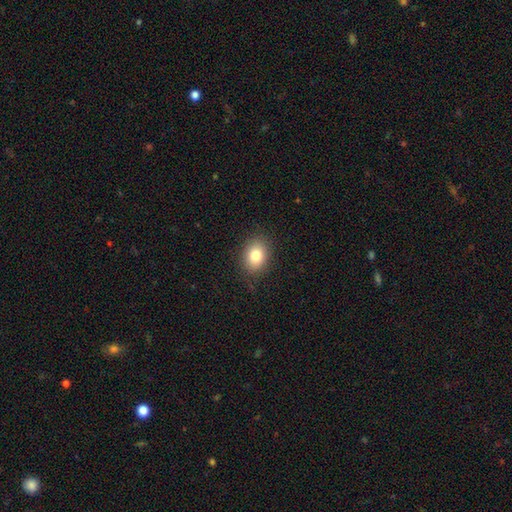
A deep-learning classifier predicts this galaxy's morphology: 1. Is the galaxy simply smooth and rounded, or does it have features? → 82% smooth, 10% star or artifact, 9% featured or disk.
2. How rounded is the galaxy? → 67% in between, 32% round, 1% cigar-shaped.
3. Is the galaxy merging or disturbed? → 87% none, 9% minor disturbance, 3% major disturbance, 1% merger.